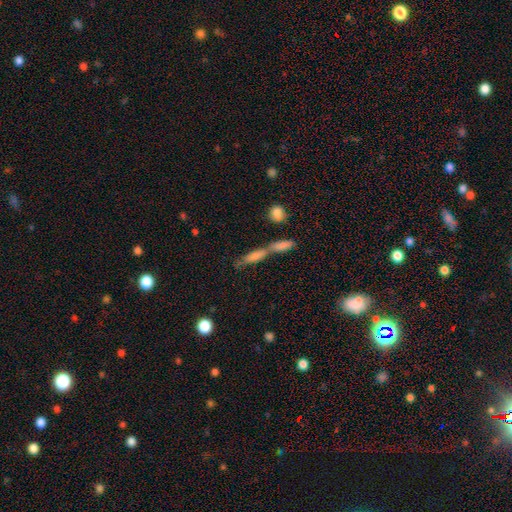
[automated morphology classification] type=smooth (53%); roundness=cigar-shaped (74%); merging=merger (50%).